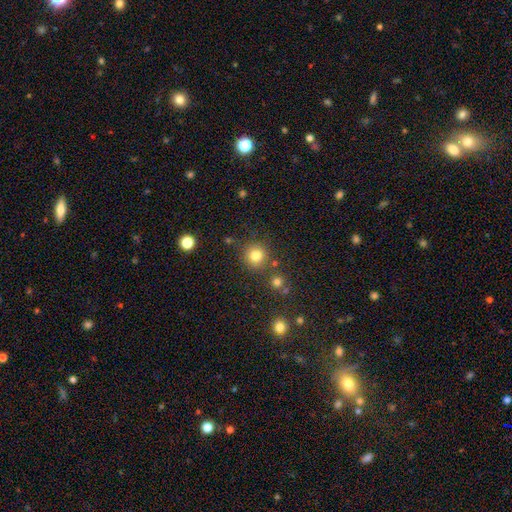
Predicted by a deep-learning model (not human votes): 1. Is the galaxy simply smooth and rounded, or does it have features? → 81% smooth, 13% star or artifact, 6% featured or disk.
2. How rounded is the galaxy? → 93% round, 6% in between, 1% cigar-shaped.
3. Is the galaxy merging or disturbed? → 83% none, 8% minor disturbance, 6% merger, 3% major disturbance.